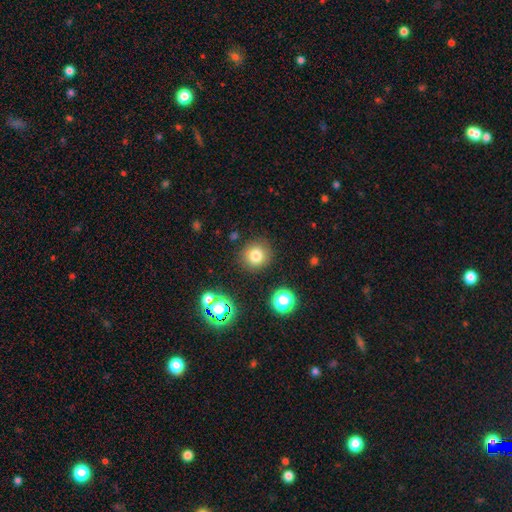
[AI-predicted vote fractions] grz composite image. It shows a smooth galaxy with no disk features (78%) that is round (92%). Merging: none (87%).